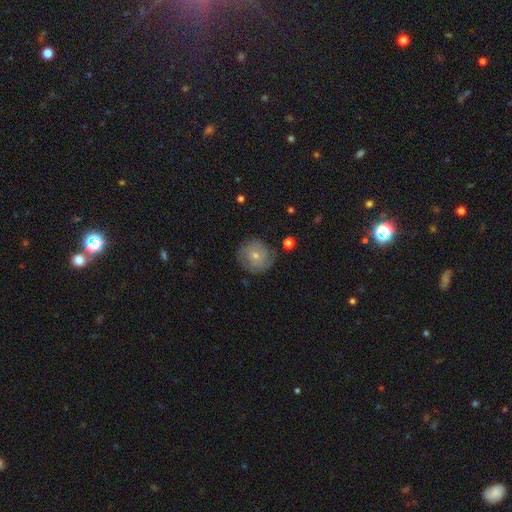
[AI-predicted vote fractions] smooth_or_featured: featured or disk (p=0.59) [alt: smooth p=0.29]
disk_edge_on: no (p=0.97) [alt: yes p=0.03]
bar: no (p=0.83) [alt: weak p=0.15]
has_spiral_arms: yes (p=0.86) [alt: no p=0.14]
bulge_size: small (p=0.60) [alt: moderate p=0.36]
merging: none (p=0.82) [alt: minor disturbance p=0.12]